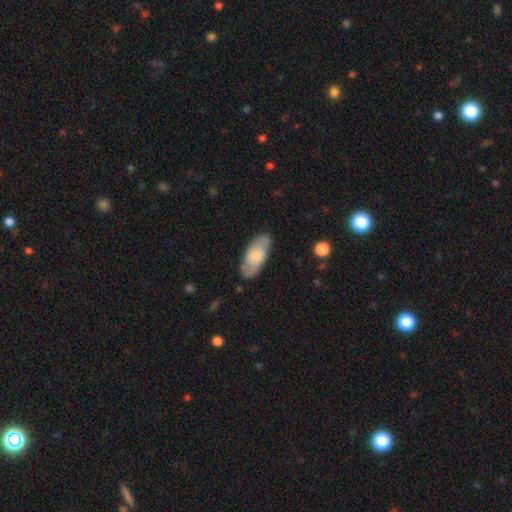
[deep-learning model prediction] Q: Smooth or featured?
A: smooth (64%); runner-up: featured or disk (30%)
Q: How rounded?
A: in between (87%); runner-up: cigar-shaped (10%)
Q: Merging?
A: none (78%); runner-up: minor disturbance (16%)